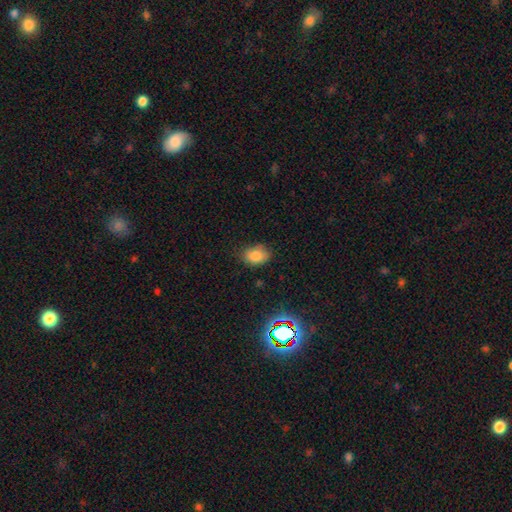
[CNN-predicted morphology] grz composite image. It shows a smooth galaxy with no disk features (81%) that is in between round and cigar-shaped (73%). Merging: none (75%).